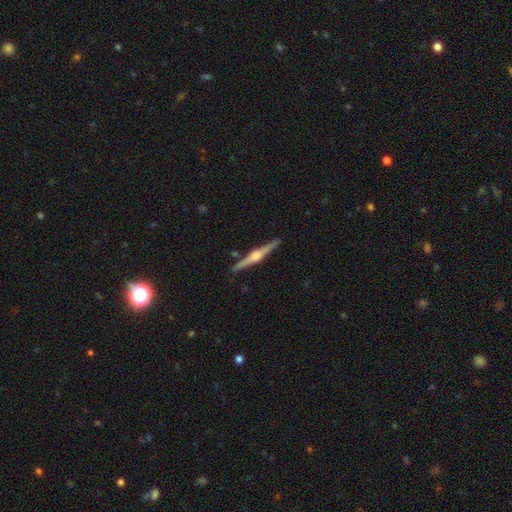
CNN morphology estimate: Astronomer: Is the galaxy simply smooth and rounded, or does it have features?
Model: featured or disk — 84%.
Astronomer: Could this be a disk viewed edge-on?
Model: yes — 99%.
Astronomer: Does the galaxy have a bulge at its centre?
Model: rounded — 91%.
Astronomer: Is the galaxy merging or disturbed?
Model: none — 91%.